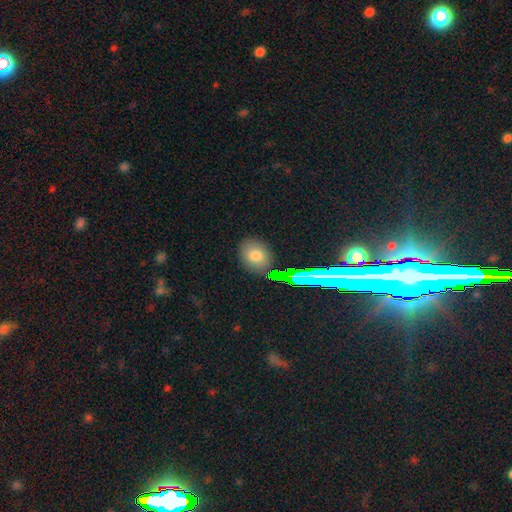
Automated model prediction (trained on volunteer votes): smooth 75%, star or artifact 15%, featured or disk 10%. Down the decision tree: how rounded — in between (56%); merging — none (84%).